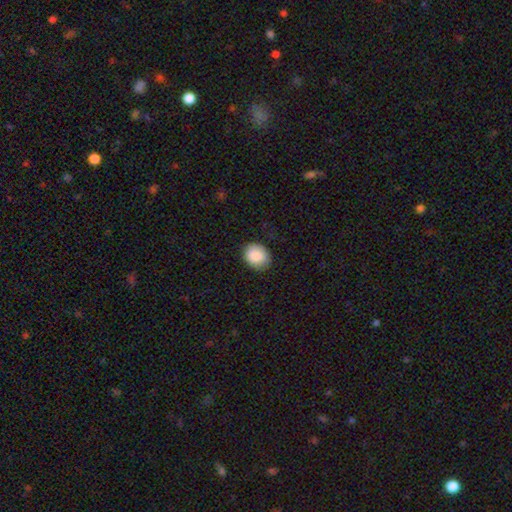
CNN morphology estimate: smooth_or_featured: smooth (p=0.87) [alt: star or artifact p=0.07]
how_rounded: round (p=0.57) [alt: in between p=0.43]
merging: none (p=0.83) [alt: minor disturbance p=0.13]